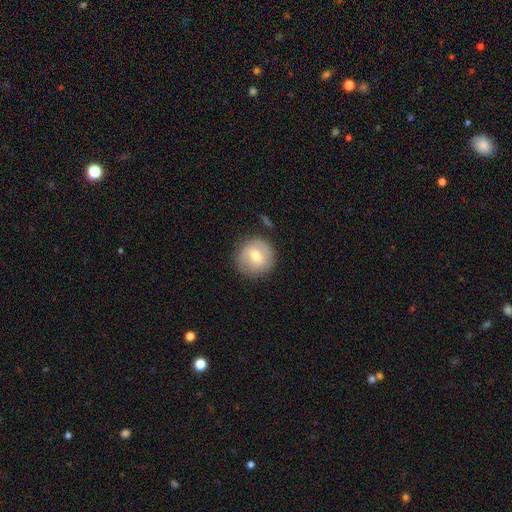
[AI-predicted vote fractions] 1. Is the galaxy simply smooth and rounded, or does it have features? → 62% smooth, 30% featured or disk, 7% star or artifact.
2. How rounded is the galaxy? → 93% round, 6% in between, 1% cigar-shaped.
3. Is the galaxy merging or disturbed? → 83% none, 11% minor disturbance, 4% major disturbance, 2% merger.